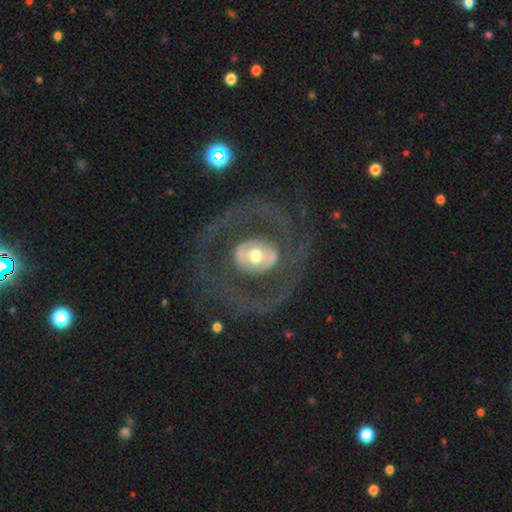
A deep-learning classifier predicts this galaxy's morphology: Overall: featured or disk (74%). Edge-on disk: no (95%). Bar: no (61%; weak 24%). Spiral arms: yes (51%; no 49%). Bulge size: moderate (61%; large 23%). Merging: none (72%).